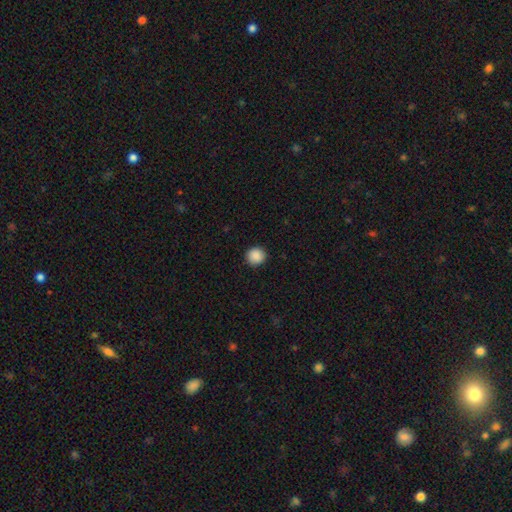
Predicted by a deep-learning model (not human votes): Morphology: type=smooth (89%); roundness=round (93%); merging=none (92%).